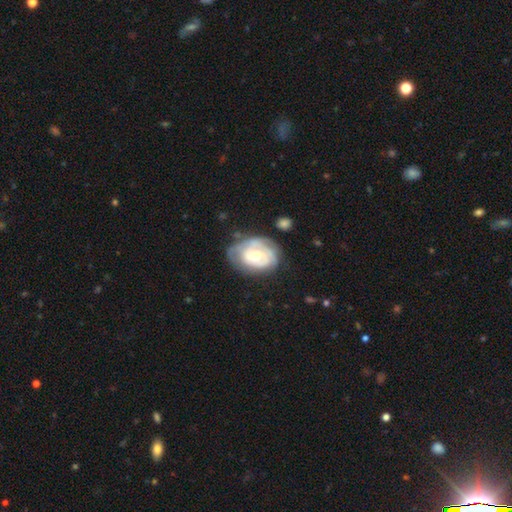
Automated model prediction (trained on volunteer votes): A featured or disk galaxy (68%) with no bar (68%), tight (64%) spiral arms (77%) and a moderate central bulge (56%). Merging: none (56%).